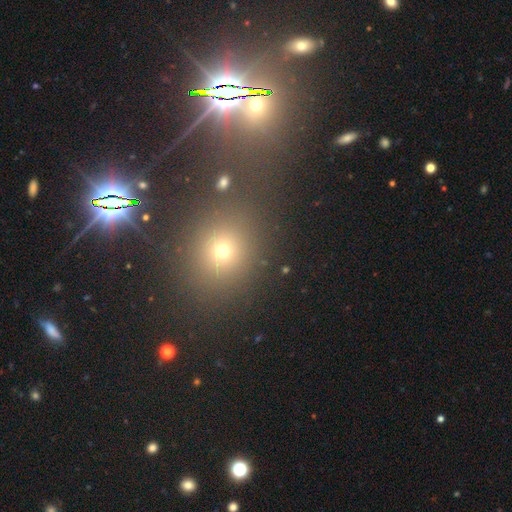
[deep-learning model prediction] Smooth or featured: star or artifact — 52% (smooth — 39%)